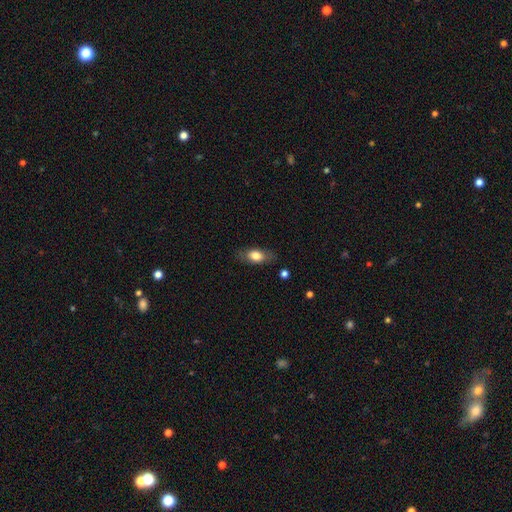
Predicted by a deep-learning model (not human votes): This is likely a smooth galaxy (74%). How rounded: clearly in between (81%). Merging: likely none (77%).